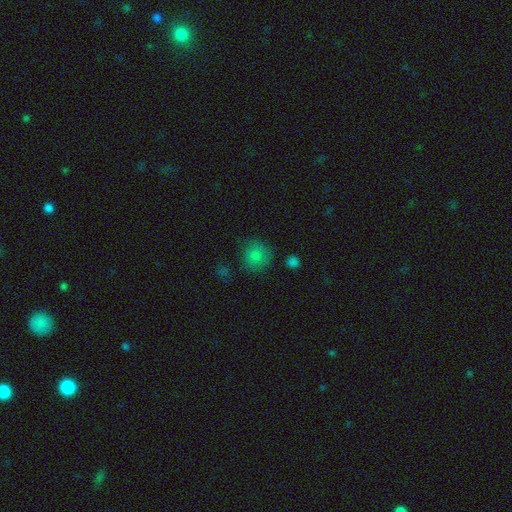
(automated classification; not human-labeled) smooth 81%, star or artifact 12%, featured or disk 7%. Down the decision tree: how rounded — round (90%); merging — none (76%).